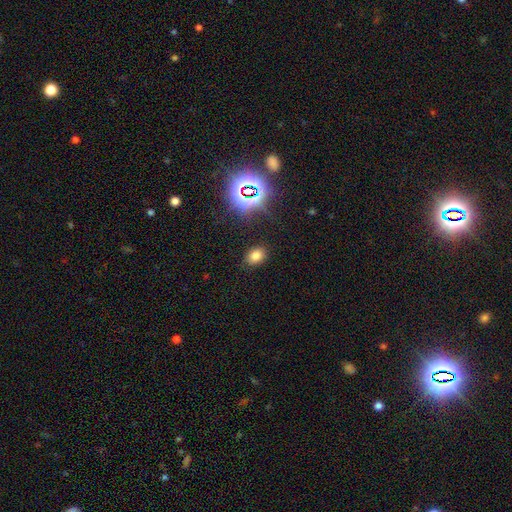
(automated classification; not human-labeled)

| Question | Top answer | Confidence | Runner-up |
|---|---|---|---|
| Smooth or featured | smooth | 73% | star or artifact (21%) |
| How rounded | in between | 74% | round (25%) |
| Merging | none | 86% | minor disturbance (9%) |